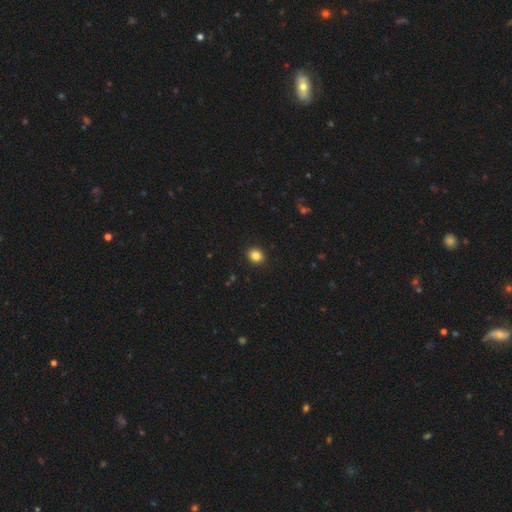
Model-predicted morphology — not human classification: A smooth galaxy with no disk features (85%) that is round (70%). Merging: none (92%).